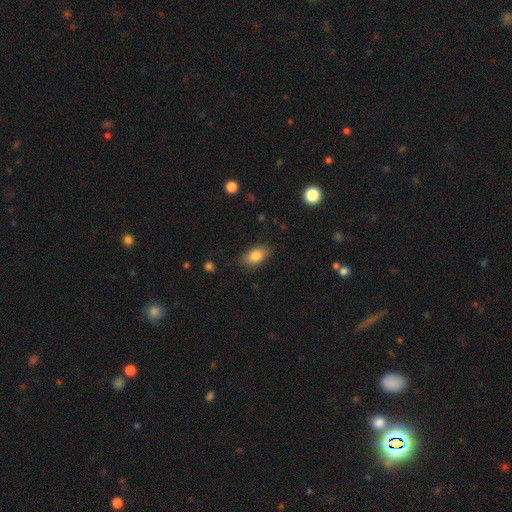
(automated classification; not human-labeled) A smooth galaxy with no disk features (83%) that is in between round and cigar-shaped (88%). Merging: none (82%).